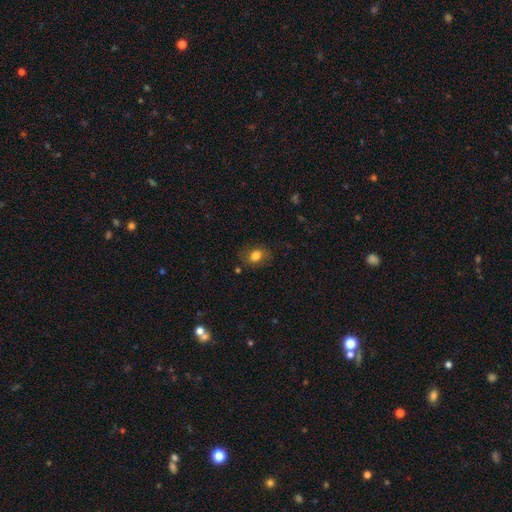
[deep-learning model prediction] smooth-or-featured: smooth: 80% | star or artifact: 10% | featured or disk: 10%
  how-rounded: in between: 66% | round: 33% | cigar-shaped: 1%
  merging: none: 78% | minor disturbance: 15% | major disturbance: 5% | merger: 2%